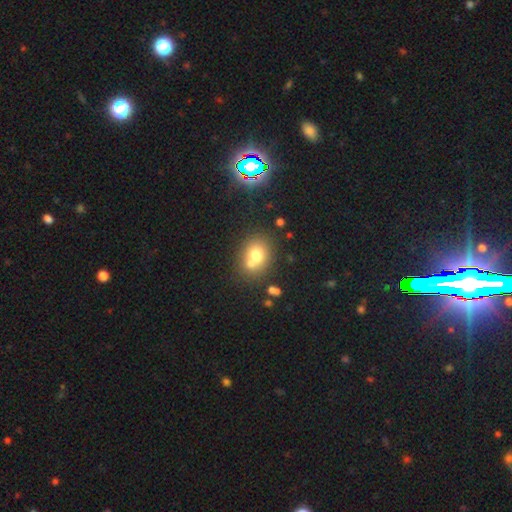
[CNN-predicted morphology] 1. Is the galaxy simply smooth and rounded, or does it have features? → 71% smooth, 17% featured or disk, 12% star or artifact.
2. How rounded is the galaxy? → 58% round, 41% in between, 1% cigar-shaped.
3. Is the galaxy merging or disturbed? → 52% none, 32% merger, 12% minor disturbance, 4% major disturbance.